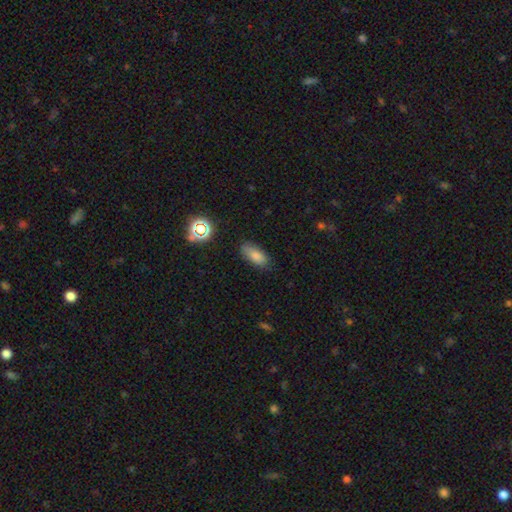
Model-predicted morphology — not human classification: Smooth or featured: smooth — 79% (star or artifact — 12%)
How rounded: in between — 83% (cigar-shaped — 13%)
Merging: none — 80% (minor disturbance — 15%)